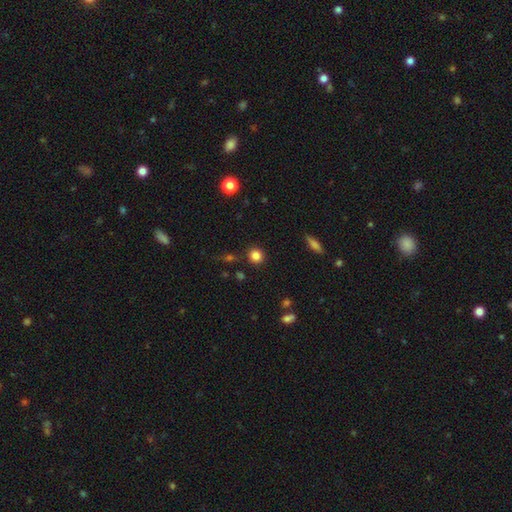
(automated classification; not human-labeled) Overall: smooth (83%). How rounded: round (90%). Merging: none (87%).